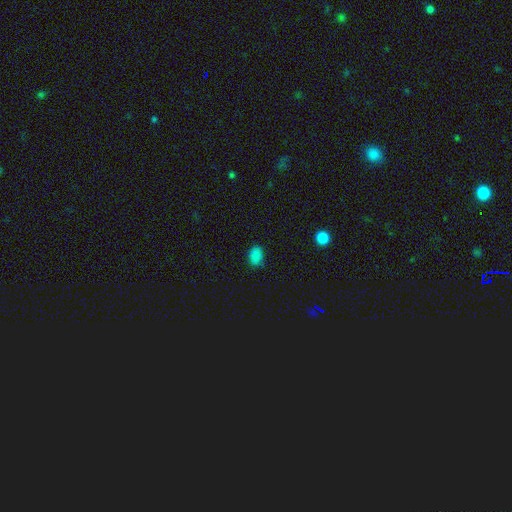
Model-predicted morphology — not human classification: This is clearly a smooth galaxy (82%). How rounded: clearly in between (81%). Merging: likely none (78%).